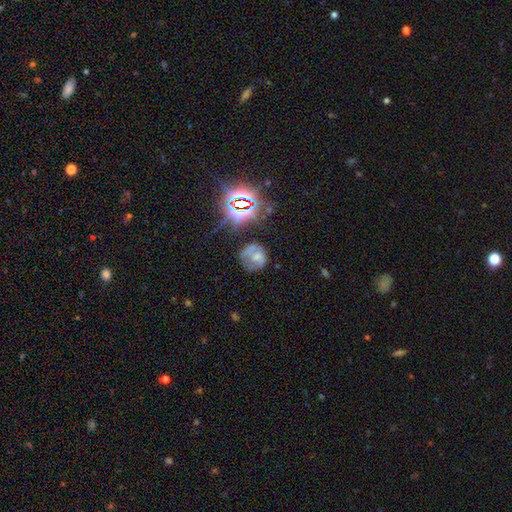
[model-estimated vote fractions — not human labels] This is possibly a smooth galaxy (46%). Merging: possibly none (47%).